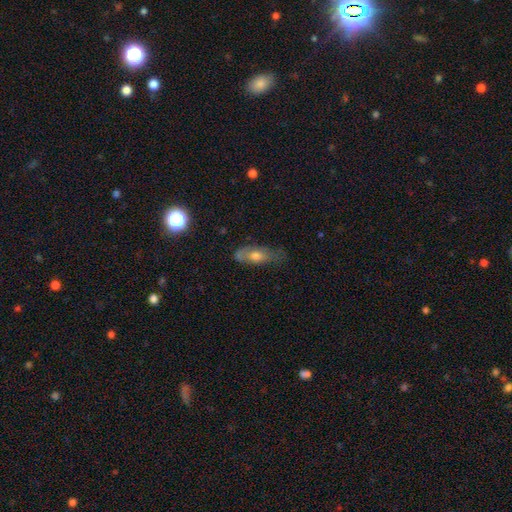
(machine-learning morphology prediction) Smooth or featured? Predicted: smooth (p=0.58). How rounded? Predicted: in between (p=0.69). Merging? Predicted: none (p=0.52).